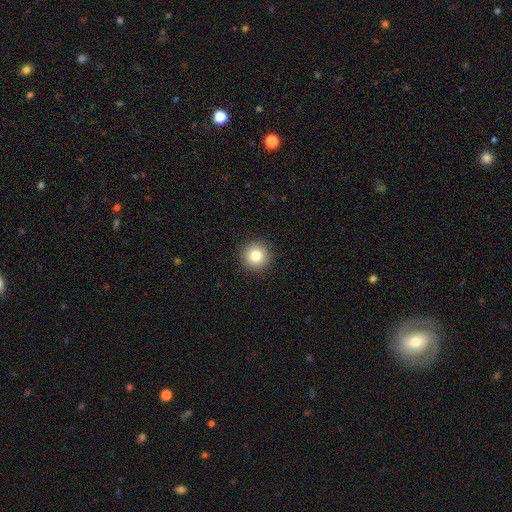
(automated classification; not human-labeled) Smooth or featured?
  - smooth: 82% *
  - star or artifact: 11%
  - featured or disk: 7%
How rounded?
  - round: 96% *
  - in between: 3%
  - cigar-shaped: 1%
Merging?
  - none: 93% *
  - minor disturbance: 5%
  - major disturbance: 2%
  - merger: 1%